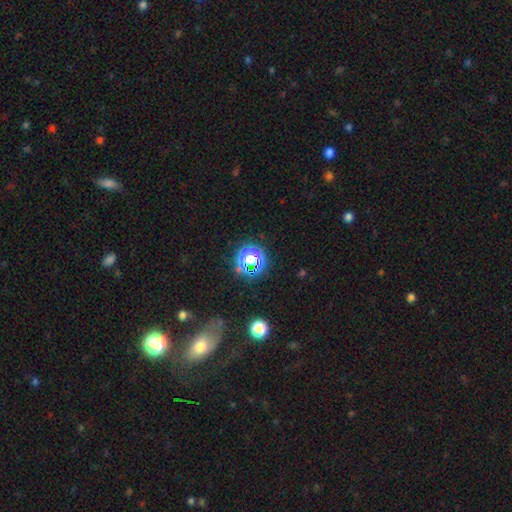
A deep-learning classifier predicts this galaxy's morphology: A star or artifact, not a galaxy (65%).